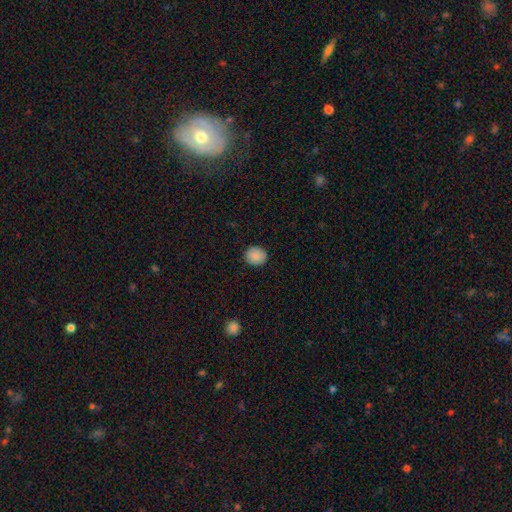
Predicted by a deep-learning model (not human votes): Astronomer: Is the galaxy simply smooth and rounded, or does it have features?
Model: smooth — 89%.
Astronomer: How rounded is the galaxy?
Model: round — 77%.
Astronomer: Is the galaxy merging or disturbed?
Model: none — 90%.